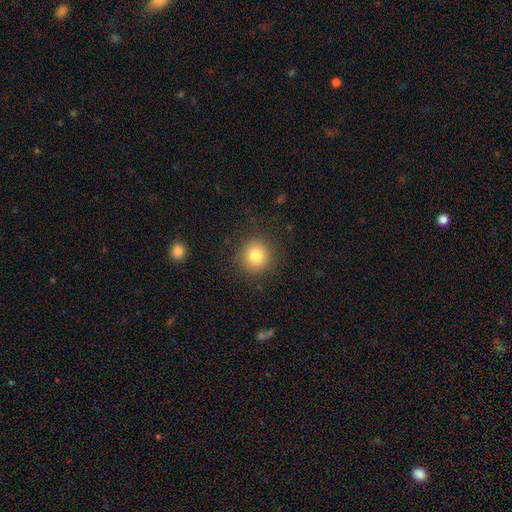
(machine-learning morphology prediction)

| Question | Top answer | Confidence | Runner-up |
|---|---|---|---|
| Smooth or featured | smooth | 81% | star or artifact (11%) |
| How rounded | round | 92% | in between (7%) |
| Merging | none | 87% | minor disturbance (9%) |